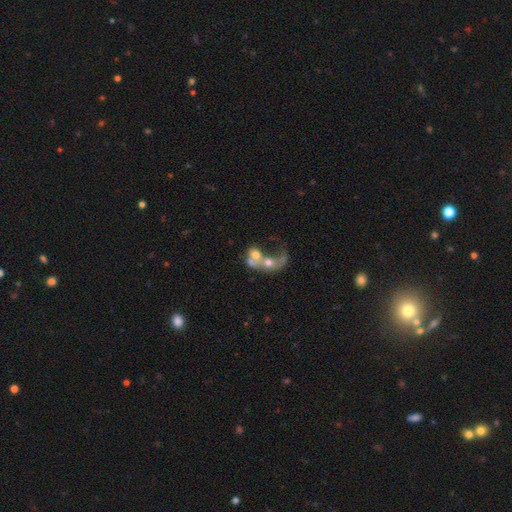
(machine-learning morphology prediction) This is possibly a featured or disk galaxy (47%). Merging: likely merger (73%).